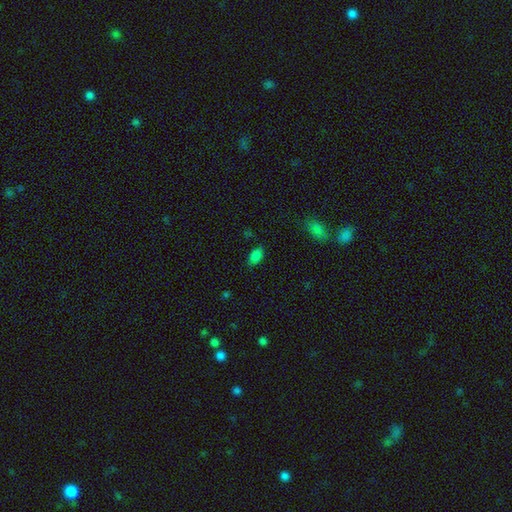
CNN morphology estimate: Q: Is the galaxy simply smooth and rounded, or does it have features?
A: smooth — 82%.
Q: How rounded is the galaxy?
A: in between — 92%.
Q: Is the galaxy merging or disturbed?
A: none — 80%.